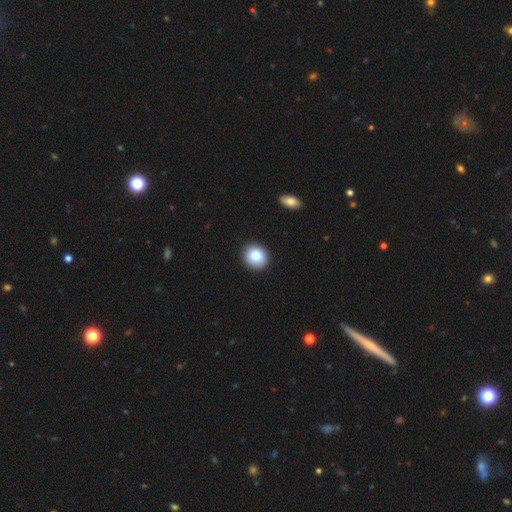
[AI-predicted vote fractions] Smooth or featured: smooth — 84% (star or artifact — 9%)
How rounded: round — 84% (in between — 15%)
Merging: none — 91% (minor disturbance — 6%)